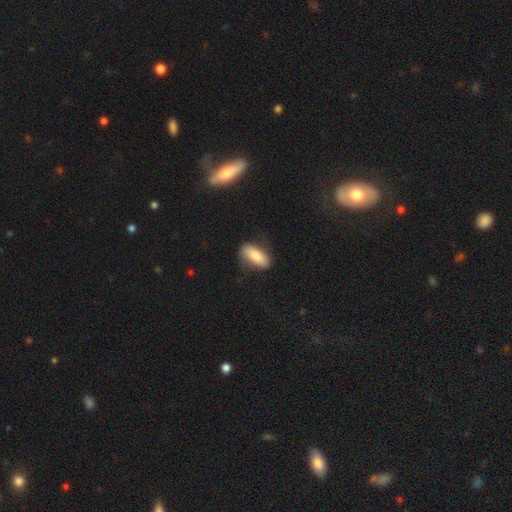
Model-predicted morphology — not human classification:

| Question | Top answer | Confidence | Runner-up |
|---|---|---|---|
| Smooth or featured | smooth | 76% | featured or disk (17%) |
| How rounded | in between | 84% | cigar-shaped (13%) |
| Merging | none | 65% | minor disturbance (24%) |